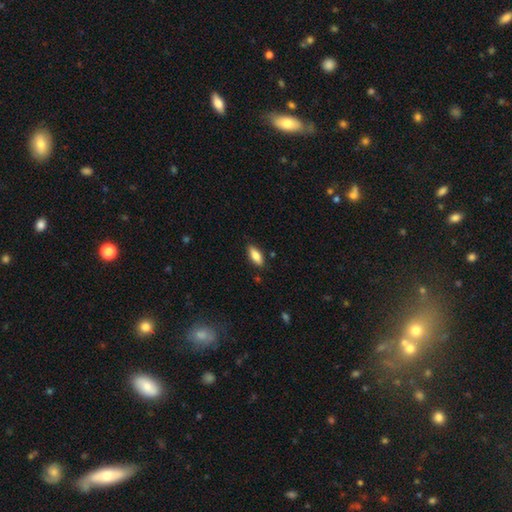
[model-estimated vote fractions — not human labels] Smooth or featured: smooth — 79% (featured or disk — 15%)
How rounded: in between — 76% (cigar-shaped — 22%)
Merging: none — 85% (minor disturbance — 11%)